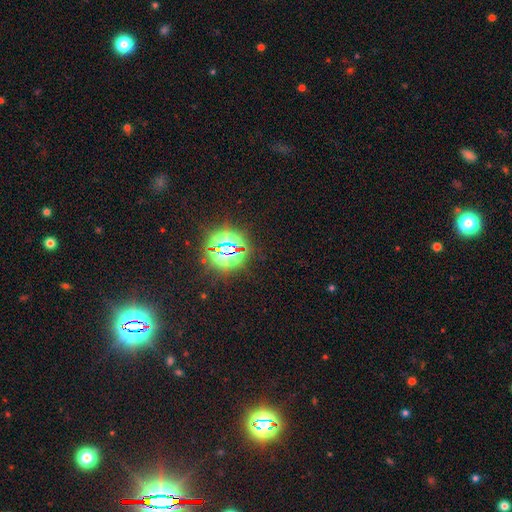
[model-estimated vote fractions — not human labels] Smooth or featured?
  - star or artifact: 78% *
  - smooth: 16%
  - featured or disk: 7%